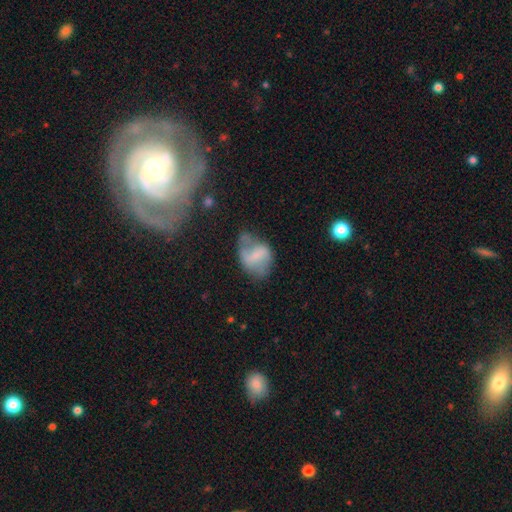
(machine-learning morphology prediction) Smooth or featured? Predicted: featured or disk (p=0.48). Merging? Predicted: none (p=0.35).